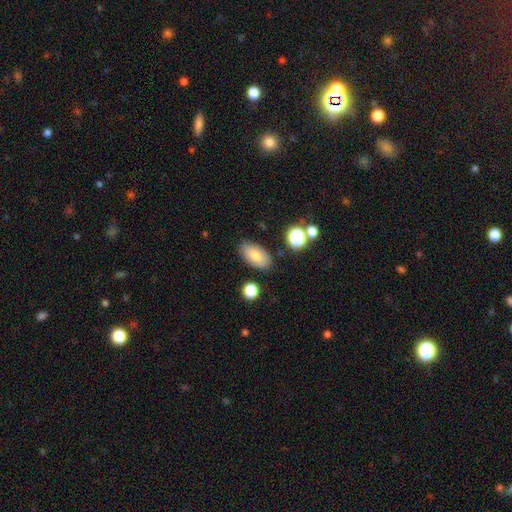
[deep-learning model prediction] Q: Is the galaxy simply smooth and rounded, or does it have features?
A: smooth — 78%.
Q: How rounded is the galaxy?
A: in between — 92%.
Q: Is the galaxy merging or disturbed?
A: none — 82%.